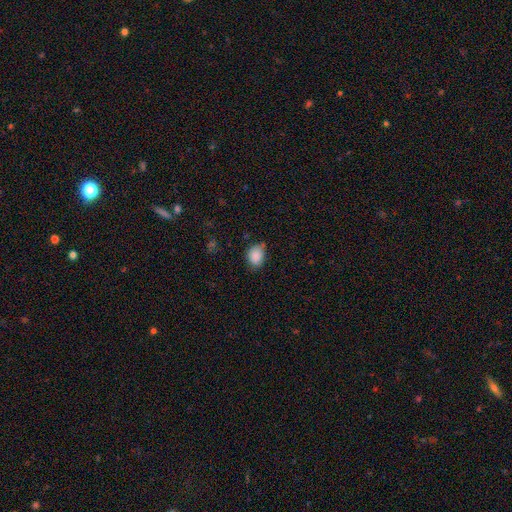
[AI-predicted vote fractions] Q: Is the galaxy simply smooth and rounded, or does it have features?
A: smooth — 88%.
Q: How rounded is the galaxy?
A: in between — 62%.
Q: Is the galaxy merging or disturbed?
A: none — 64%.